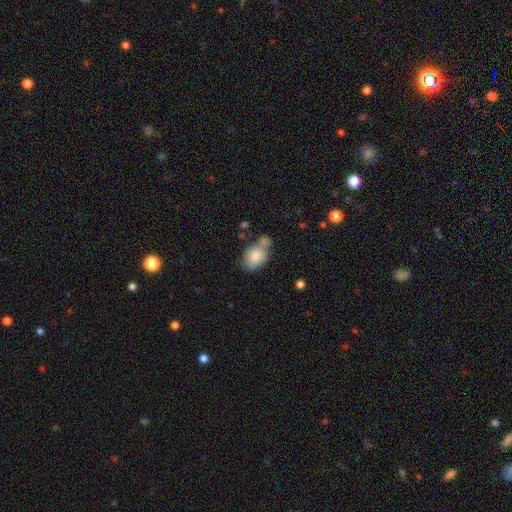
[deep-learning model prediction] This appears to be a smooth galaxy with no disk features (81%) that is in between round and cigar-shaped (81%). Merging: none (41%).